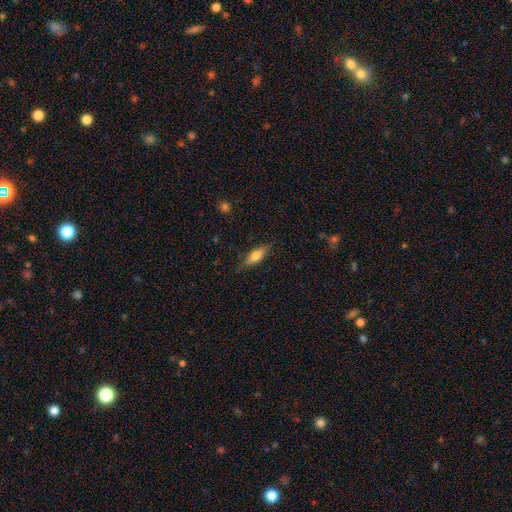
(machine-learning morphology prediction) Smooth or featured: smooth — 51% (featured or disk — 43%)
How rounded: cigar-shaped — 51% (in between — 45%)
Merging: none — 83% (minor disturbance — 13%)